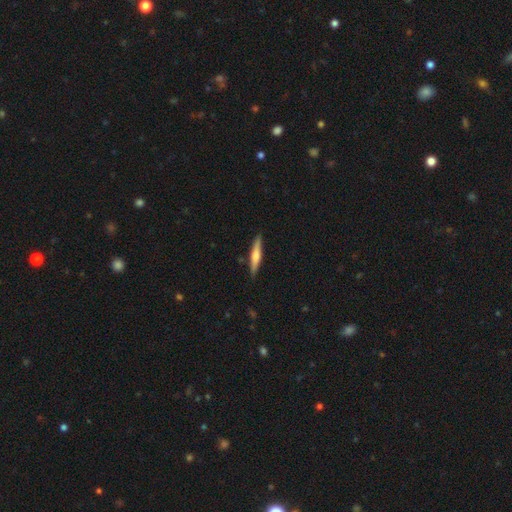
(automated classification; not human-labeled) smooth 54%, featured or disk 41%, star or artifact 5%. Down the decision tree: how rounded — cigar-shaped (91%); merging — none (88%).